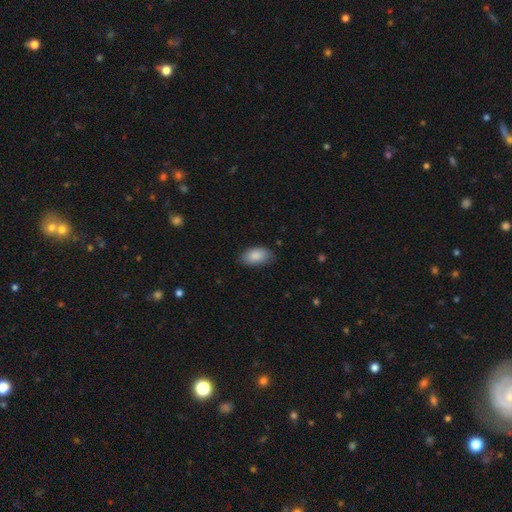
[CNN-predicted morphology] A smooth galaxy with no disk features (88%) that is in between round and cigar-shaped (94%).

Vote fractions:
- Smooth or featured? smooth: 88% / star or artifact: 6% / featured or disk: 6%
- How rounded? in between: 94% / round: 4% / cigar-shaped: 2%
- Merging? none: 78% / minor disturbance: 18% / major disturbance: 3% / merger: 1%